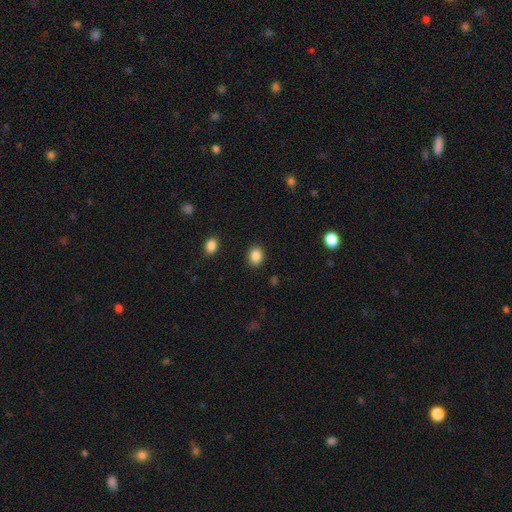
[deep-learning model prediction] smooth 87%, star or artifact 9%, featured or disk 4%. Down the decision tree: how rounded — in between (56%); merging — none (88%).